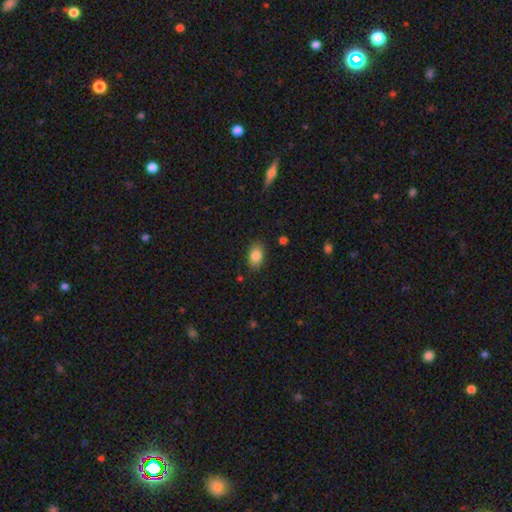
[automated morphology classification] Smooth or featured: smooth — 84% (star or artifact — 8%)
How rounded: in between — 88% (round — 11%)
Merging: none — 85% (minor disturbance — 11%)